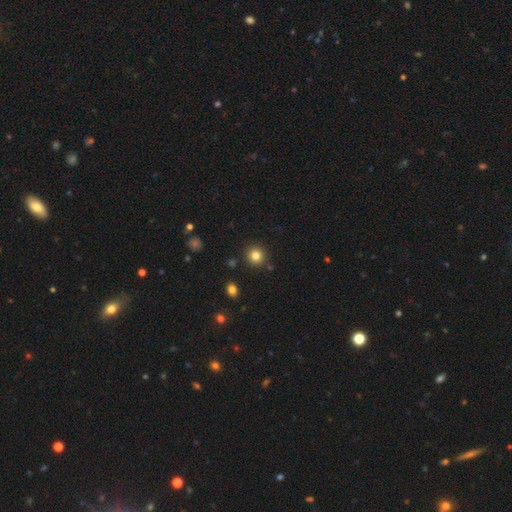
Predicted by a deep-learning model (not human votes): Overall: smooth (82%). How rounded: round (93%). Merging: none (89%).